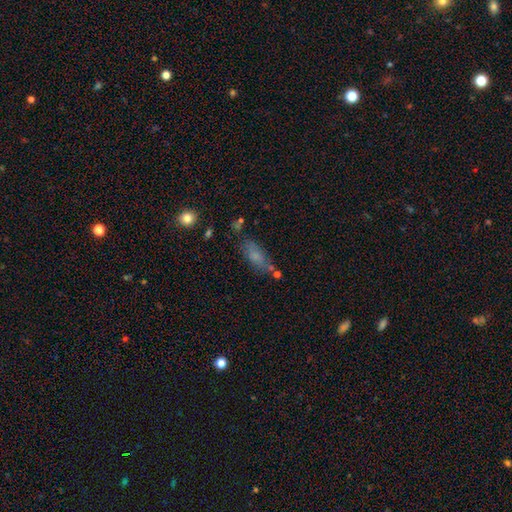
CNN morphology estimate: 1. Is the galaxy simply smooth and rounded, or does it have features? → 64% smooth, 24% featured or disk, 12% star or artifact.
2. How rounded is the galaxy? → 65% in between, 31% cigar-shaped, 4% round.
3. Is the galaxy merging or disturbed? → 60% none, 21% minor disturbance, 10% merger, 8% major disturbance.